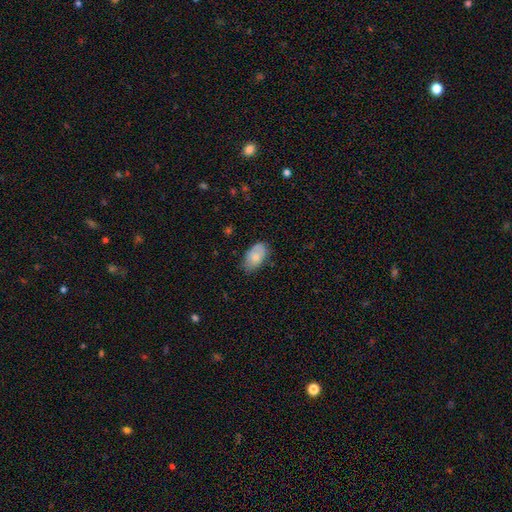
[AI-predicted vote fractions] Q: Smooth or featured?
A: smooth (75%); runner-up: featured or disk (18%)
Q: How rounded?
A: in between (93%); runner-up: round (5%)
Q: Merging?
A: none (71%); runner-up: minor disturbance (24%)